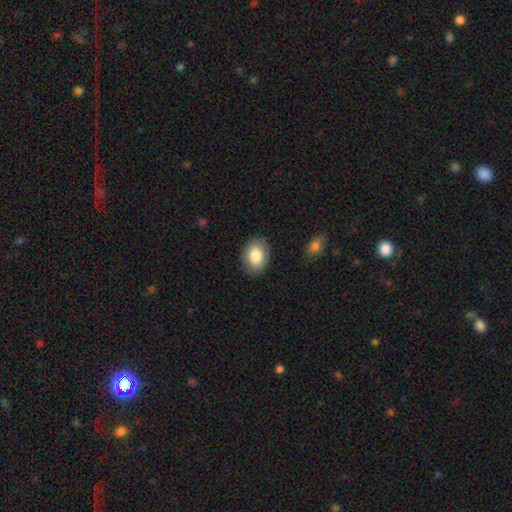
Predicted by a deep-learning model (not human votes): Overall: smooth (83%). How rounded: in between (78%). Merging: none (86%).